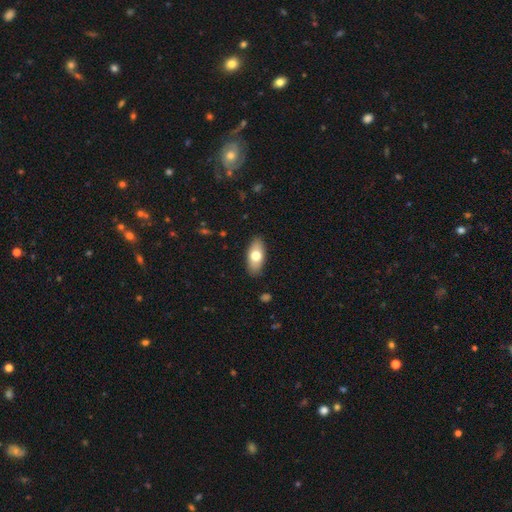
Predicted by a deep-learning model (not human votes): The model was most divided on "smooth or featured": smooth: 71%, featured or disk: 23%, star or artifact: 6%. More confident: how rounded — in between (87%); merging — none (87%).